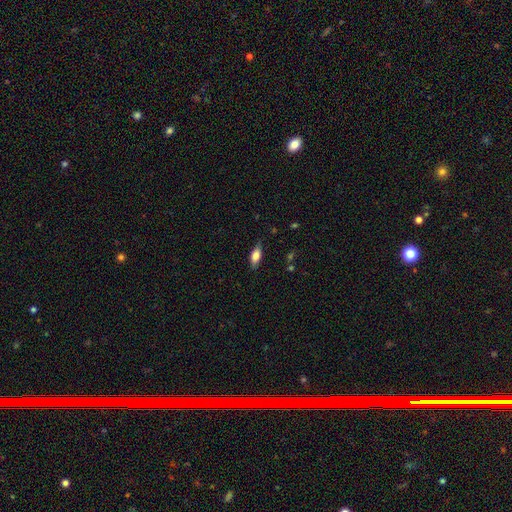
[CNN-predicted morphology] Q: Smooth or featured?
A: smooth (62%); runner-up: featured or disk (31%)
Q: How rounded?
A: in between (73%); runner-up: cigar-shaped (23%)
Q: Merging?
A: none (80%); runner-up: minor disturbance (15%)